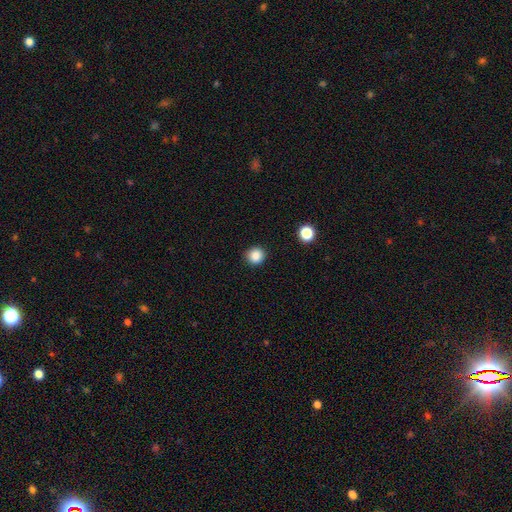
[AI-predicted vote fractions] This is clearly a smooth galaxy (86%). How rounded: clearly round (92%). Merging: clearly none (91%).